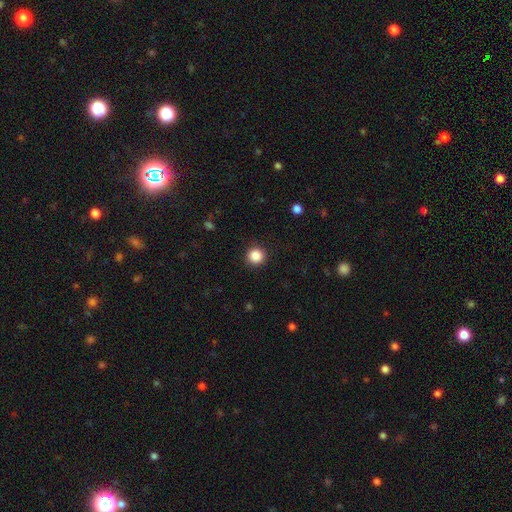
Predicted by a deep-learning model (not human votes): The model was most divided on "smooth or featured": smooth: 87%, star or artifact: 10%, featured or disk: 3%. More confident: how rounded — round (94%); merging — none (92%).